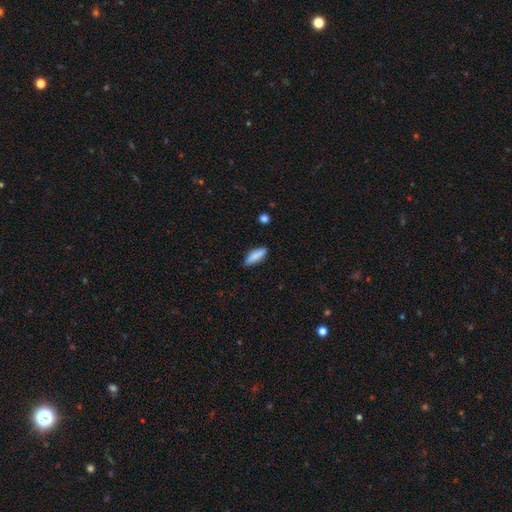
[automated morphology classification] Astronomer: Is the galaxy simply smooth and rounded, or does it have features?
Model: smooth — 85%.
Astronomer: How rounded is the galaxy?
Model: in between — 51% (runner-up: cigar-shaped, 47%).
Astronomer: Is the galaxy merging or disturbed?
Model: none — 83%.